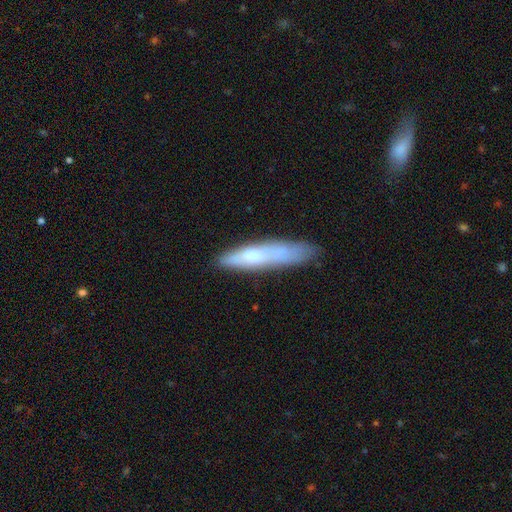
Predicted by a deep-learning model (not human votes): Overall: smooth (60%; featured or disk 33%). How rounded: cigar-shaped (85%). Merging: none (71%).